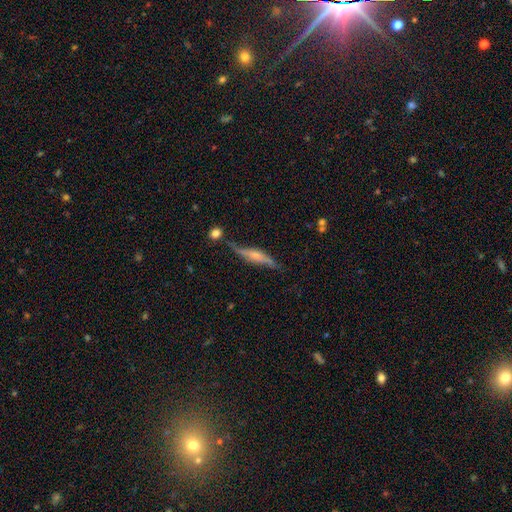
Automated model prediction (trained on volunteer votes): Smooth or featured? featured or disk (68%)
Edge-on disk? yes (81%)
Edge-on bulge? rounded (72%)
Merging? none (61%)